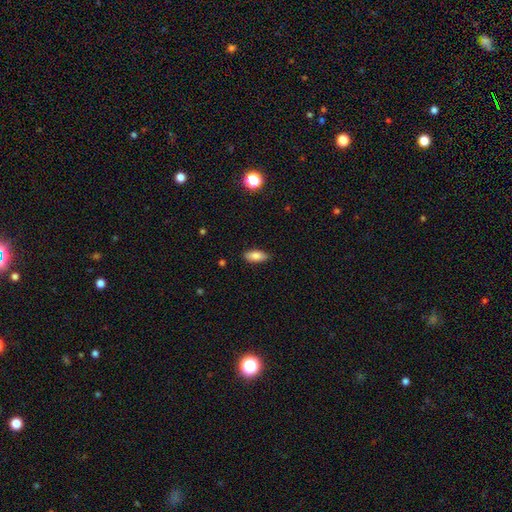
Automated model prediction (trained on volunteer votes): The model was most divided on "how rounded": in between: 82%, cigar-shaped: 15%, round: 3%. More confident: merging — none (86%); smooth or featured — smooth (82%).